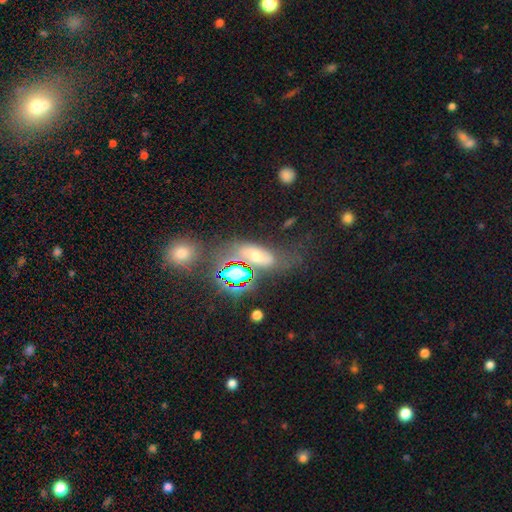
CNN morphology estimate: smooth 48%, featured or disk 26%, star or artifact 26%. Down the decision tree: merging — none (47%).